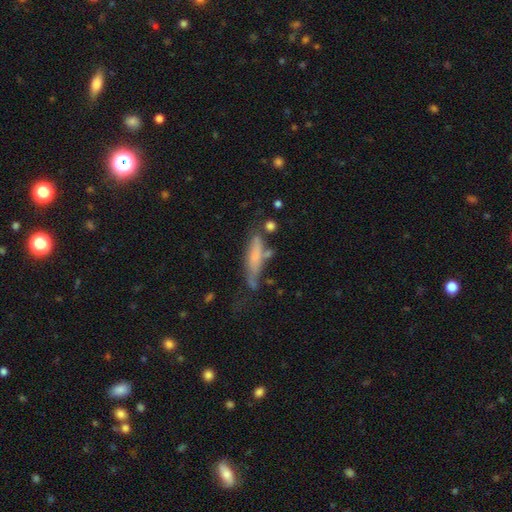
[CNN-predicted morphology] A smooth galaxy with no disk features (55%) that is cigar-shaped (78%).

Vote fractions:
- Smooth or featured? smooth: 55% / featured or disk: 36% / star or artifact: 9%
- How rounded? cigar-shaped: 78% / in between: 20% / round: 2%
- Merging? none: 45% / minor disturbance: 28% / major disturbance: 15% / merger: 12%